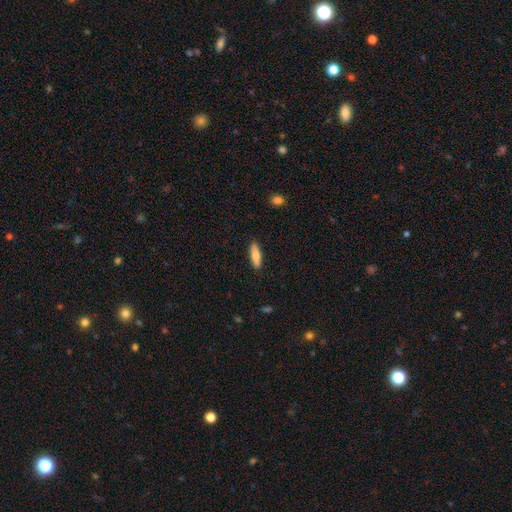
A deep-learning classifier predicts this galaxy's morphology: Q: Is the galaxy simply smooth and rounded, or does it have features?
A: smooth — 73%.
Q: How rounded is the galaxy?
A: cigar-shaped — 59%.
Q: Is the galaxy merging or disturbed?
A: none — 89%.